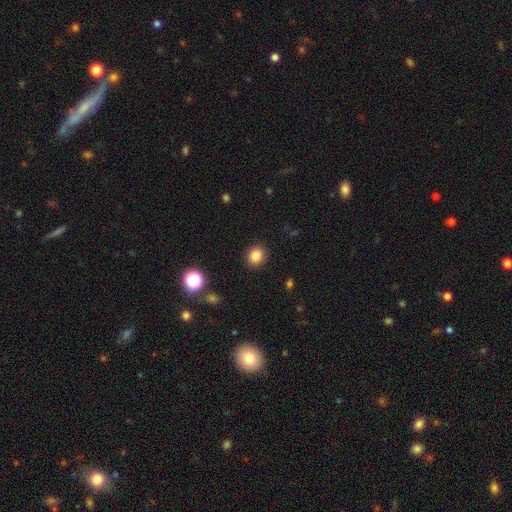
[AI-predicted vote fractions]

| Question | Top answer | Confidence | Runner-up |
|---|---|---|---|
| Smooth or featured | smooth | 84% | star or artifact (12%) |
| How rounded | round | 76% | in between (23%) |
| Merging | none | 90% | minor disturbance (6%) |